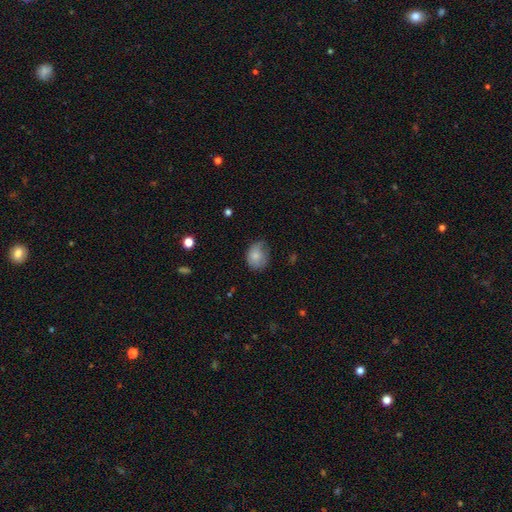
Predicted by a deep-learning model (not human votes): This appears to be a smooth galaxy with no disk features (77%) that is in between round and cigar-shaped (51%). Merging: none (52%).